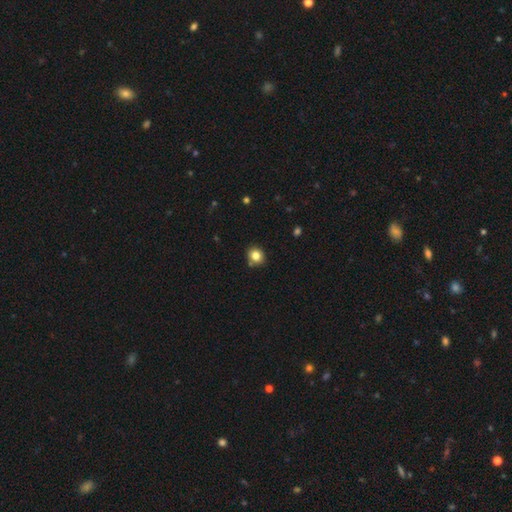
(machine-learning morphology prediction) Smooth or featured? smooth (82%)
How rounded? round (82%)
Merging? none (84%)